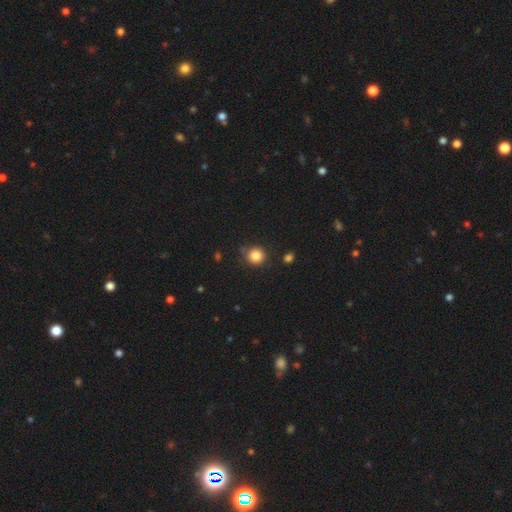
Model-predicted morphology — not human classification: Smooth or featured: smooth — 84% (star or artifact — 11%)
How rounded: round — 90% (in between — 9%)
Merging: none — 82% (minor disturbance — 11%)